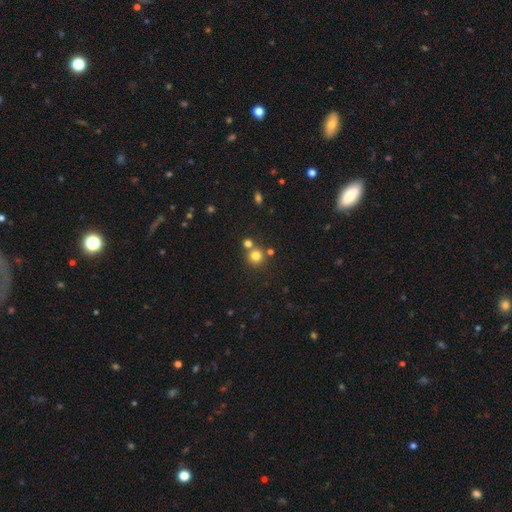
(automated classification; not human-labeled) The model was most divided on "merging": none: 67%, merger: 23%, minor disturbance: 7%, major disturbance: 3%. More confident: how rounded — round (92%); smooth or featured — smooth (78%).